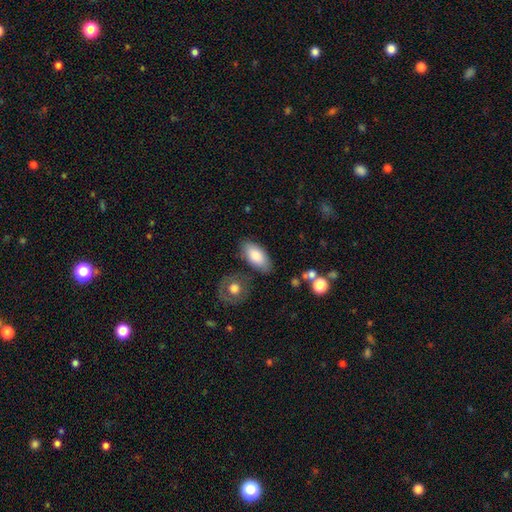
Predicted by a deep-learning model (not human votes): smooth_or_featured: smooth (p=0.82) [alt: featured or disk p=0.12]
how_rounded: in between (p=0.90) [alt: cigar-shaped p=0.07]
merging: none (p=0.77) [alt: minor disturbance p=0.14]